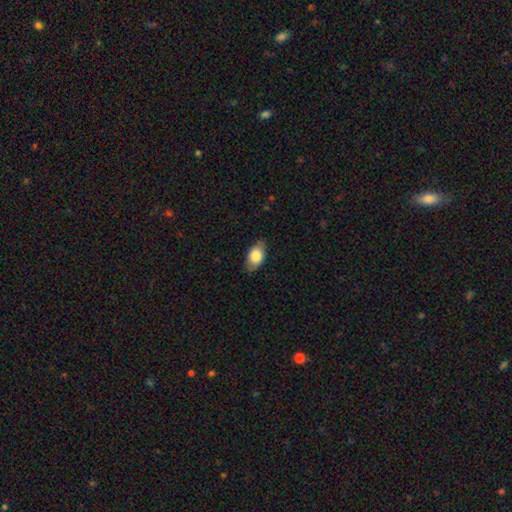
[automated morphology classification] Smooth or featured? Predicted: smooth (p=0.78). How rounded? Predicted: in between (p=0.91). Merging? Predicted: none (p=0.80).